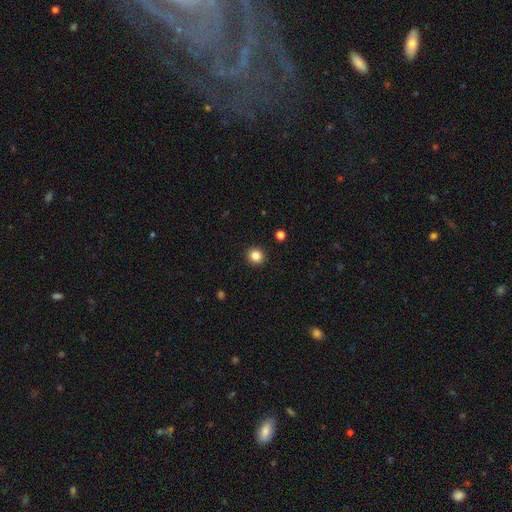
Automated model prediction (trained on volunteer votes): Smooth or featured?
  - smooth: 85% *
  - star or artifact: 11%
  - featured or disk: 4%
How rounded?
  - round: 93% *
  - in between: 6%
  - cigar-shaped: 1%
Merging?
  - none: 93% *
  - minor disturbance: 4%
  - major disturbance: 2%
  - merger: 1%